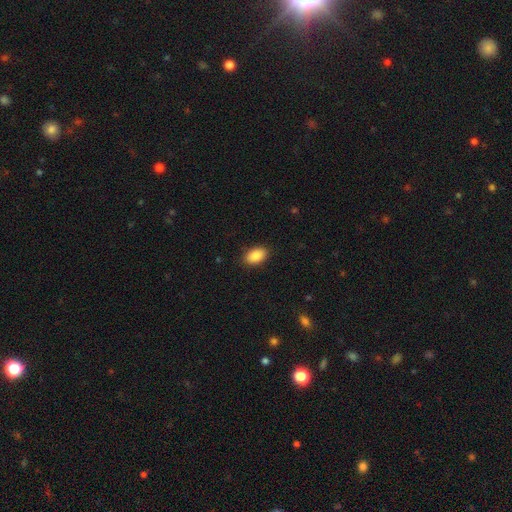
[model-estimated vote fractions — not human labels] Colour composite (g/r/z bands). It shows a smooth galaxy with no disk features (90%) that is in between round and cigar-shaped (91%). Merging: none (88%).